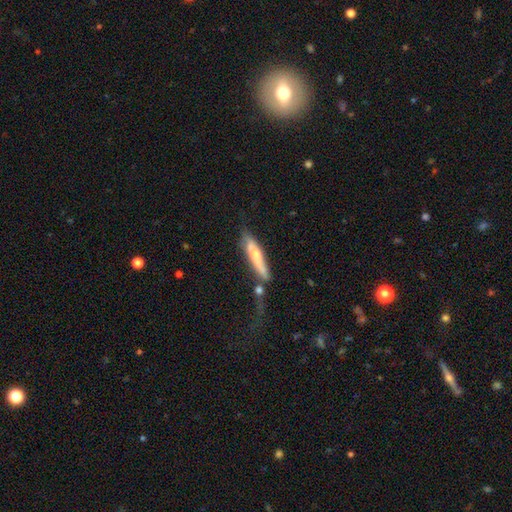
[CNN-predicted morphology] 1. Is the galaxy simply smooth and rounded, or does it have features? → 50% smooth, 44% featured or disk, 6% star or artifact.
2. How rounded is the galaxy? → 85% cigar-shaped, 13% in between, 2% round.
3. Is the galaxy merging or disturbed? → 47% none, 23% minor disturbance, 17% merger, 12% major disturbance.